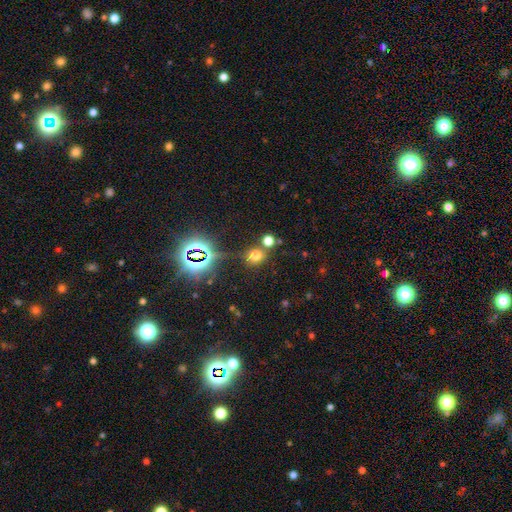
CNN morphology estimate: Q: Smooth or featured?
A: smooth (64%); runner-up: star or artifact (28%)
Q: How rounded?
A: round (77%); runner-up: in between (22%)
Q: Merging?
A: none (70%); runner-up: merger (16%)